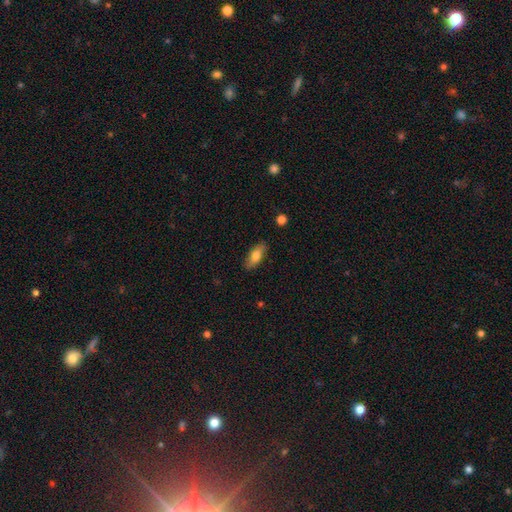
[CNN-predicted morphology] This is likely a smooth galaxy (74%). How rounded: likely in between (76%). Merging: clearly none (86%).